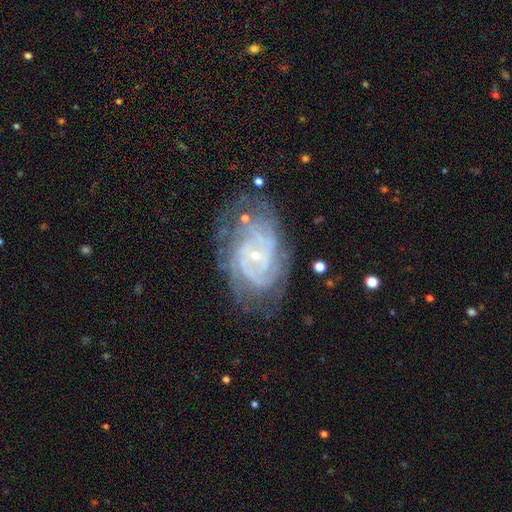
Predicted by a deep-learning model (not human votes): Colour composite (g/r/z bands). It shows a featured or disk galaxy (87%) with no bar (52%), tight (66%) spiral arms (95%) and a small central bulge (83%). Merging: none (65%).